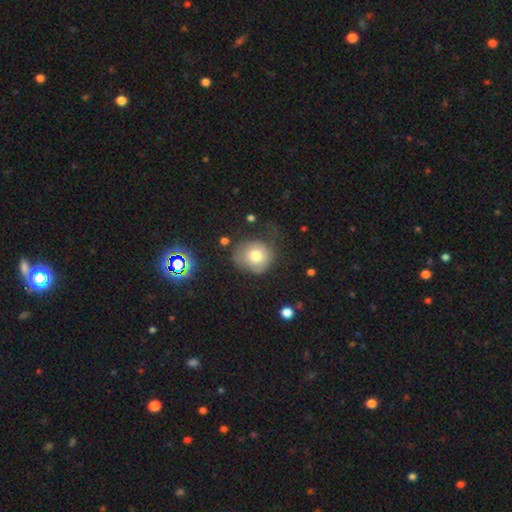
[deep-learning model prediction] The model was most divided on "merging": none: 49%, minor disturbance: 28%, major disturbance: 19%, merger: 3%. More confident: how rounded — round (79%); smooth or featured — smooth (73%).